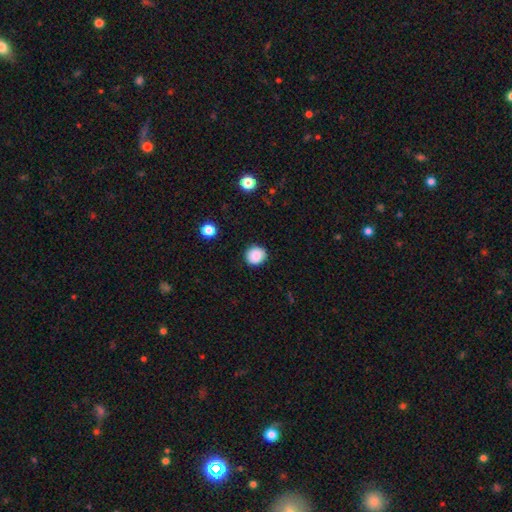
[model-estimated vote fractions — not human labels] Smooth or featured? smooth (88%)
How rounded? round (83%)
Merging? none (89%)